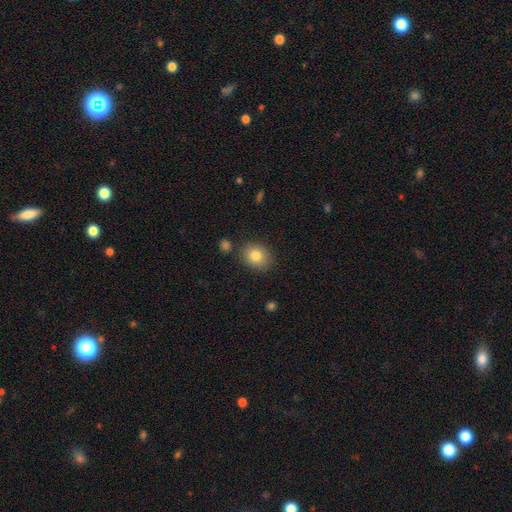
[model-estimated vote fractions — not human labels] Smooth or featured? Predicted: smooth (p=0.82). How rounded? Predicted: round (p=0.58). Merging? Predicted: none (p=0.82).